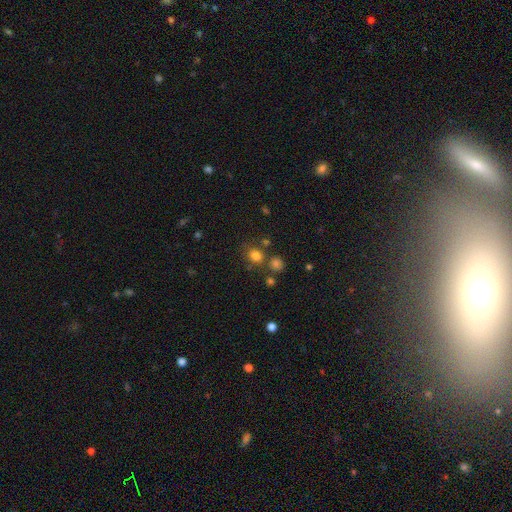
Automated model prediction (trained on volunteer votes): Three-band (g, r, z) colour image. It shows a smooth galaxy with no disk features (78%) that is round (68%). Merging: none (71%).